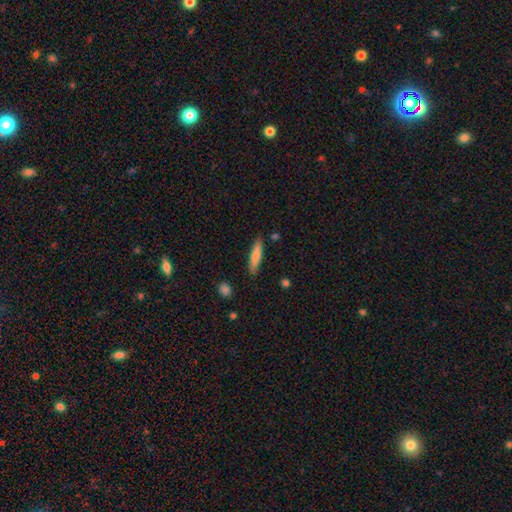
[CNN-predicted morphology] smooth_or_featured: smooth (p=0.76) [alt: featured or disk p=0.18]
how_rounded: cigar-shaped (p=0.85) [alt: in between p=0.14]
merging: none (p=0.85) [alt: minor disturbance p=0.11]